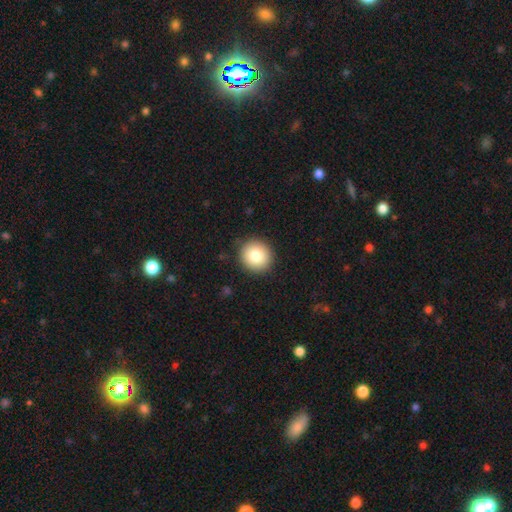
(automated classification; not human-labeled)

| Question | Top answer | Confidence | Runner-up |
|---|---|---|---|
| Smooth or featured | smooth | 83% | featured or disk (9%) |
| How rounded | round | 91% | in between (8%) |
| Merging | none | 90% | minor disturbance (7%) |